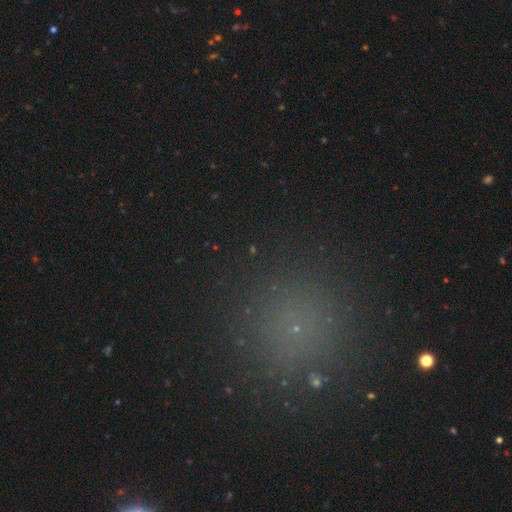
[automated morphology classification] Q: Smooth or featured?
A: smooth (58%); runner-up: star or artifact (35%)
Q: How rounded?
A: round (95%); runner-up: in between (4%)
Q: Merging?
A: none (89%); runner-up: minor disturbance (7%)